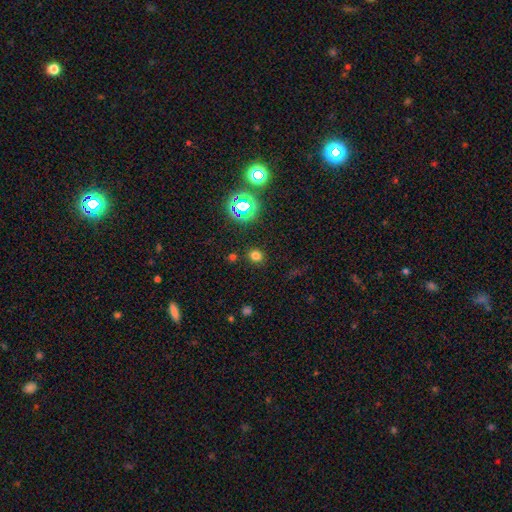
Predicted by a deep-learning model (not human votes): smooth_or_featured: smooth (p=0.70) [alt: star or artifact p=0.24]
how_rounded: round (p=0.78) [alt: in between p=0.21]
merging: none (p=0.87) [alt: minor disturbance p=0.08]